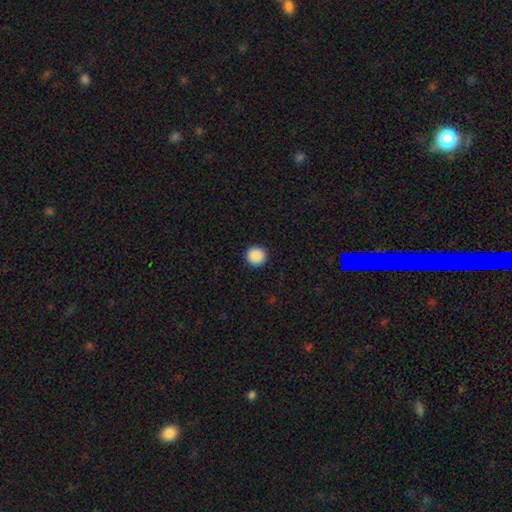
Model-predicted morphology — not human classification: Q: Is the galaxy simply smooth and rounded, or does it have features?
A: smooth — 90%.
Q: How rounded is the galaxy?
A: round — 95%.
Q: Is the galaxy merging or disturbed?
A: none — 93%.